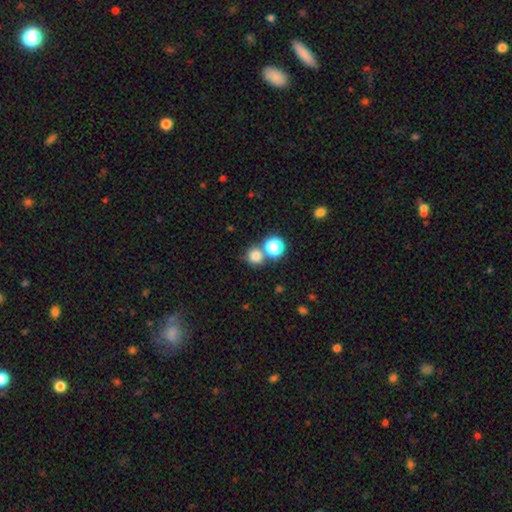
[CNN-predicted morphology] A smooth galaxy with no disk features (77%) that is round (90%).

Vote fractions:
- Smooth or featured? smooth: 77% / star or artifact: 17% / featured or disk: 6%
- How rounded? round: 90% / in between: 9% / cigar-shaped: 1%
- Merging? none: 64% / merger: 25% / minor disturbance: 8% / major disturbance: 3%